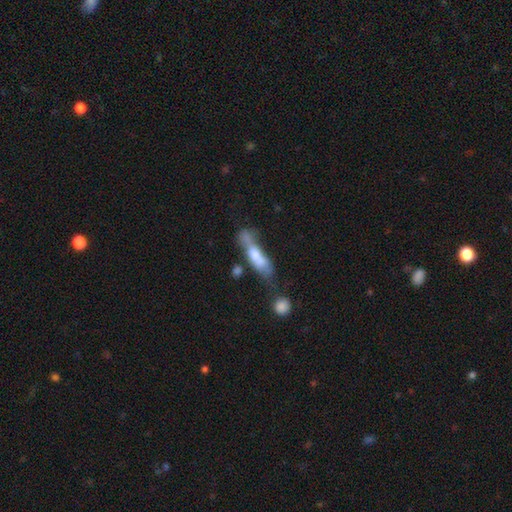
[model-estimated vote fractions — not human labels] Smooth or featured? smooth (52%)
How rounded? cigar-shaped (65%)
Merging? none (31%)